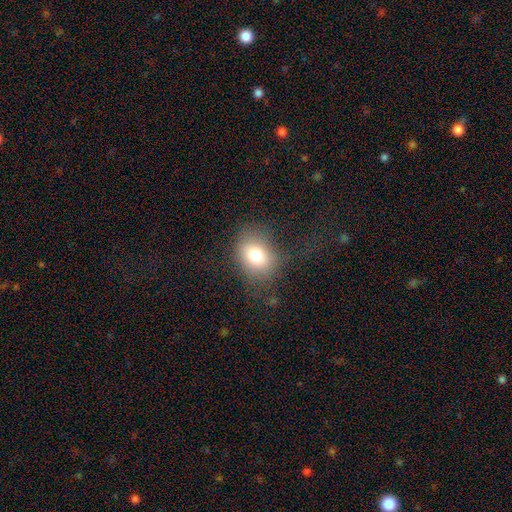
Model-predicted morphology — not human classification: smooth-or-featured: smooth: 76% | featured or disk: 12% | star or artifact: 12%
  how-rounded: in between: 54% | round: 45% | cigar-shaped: 1%
  merging: none: 68% | minor disturbance: 18% | major disturbance: 13% | merger: 1%